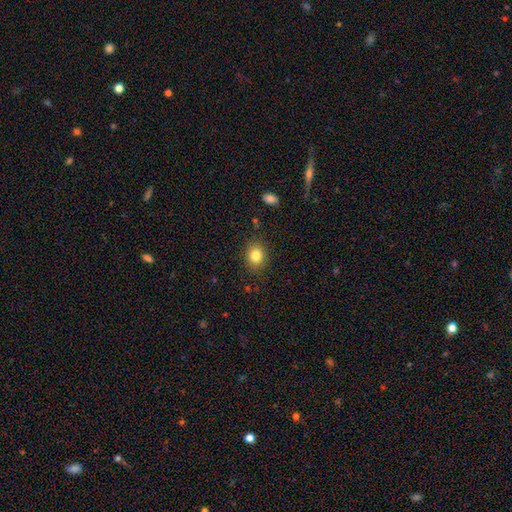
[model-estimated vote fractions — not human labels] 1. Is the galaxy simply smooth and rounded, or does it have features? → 82% smooth, 11% star or artifact, 7% featured or disk.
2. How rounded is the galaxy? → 59% round, 40% in between, 1% cigar-shaped.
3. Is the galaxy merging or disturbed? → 87% none, 9% minor disturbance, 3% major disturbance, 1% merger.